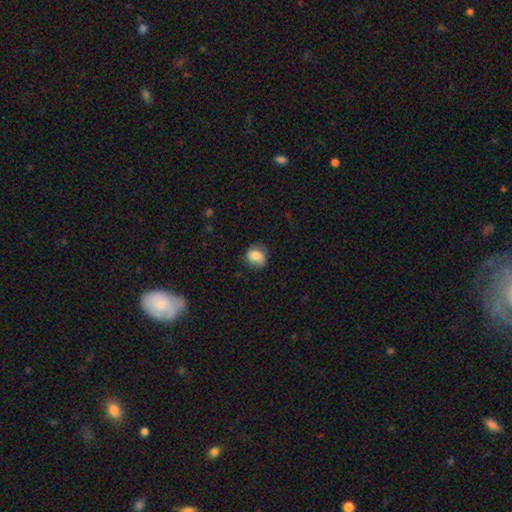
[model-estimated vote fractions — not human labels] Smooth or featured?
  - smooth: 82% *
  - featured or disk: 10%
  - star or artifact: 9%
How rounded?
  - round: 72% *
  - in between: 27%
  - cigar-shaped: 1%
Merging?
  - none: 74% *
  - minor disturbance: 20%
  - major disturbance: 5%
  - merger: 1%